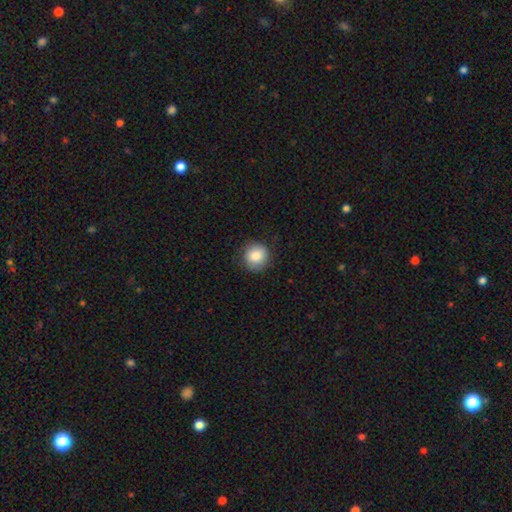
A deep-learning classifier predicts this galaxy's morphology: smooth_or_featured: smooth (p=0.85) [alt: star or artifact p=0.08]
how_rounded: round (p=0.91) [alt: in between p=0.08]
merging: none (p=0.85) [alt: minor disturbance p=0.12]